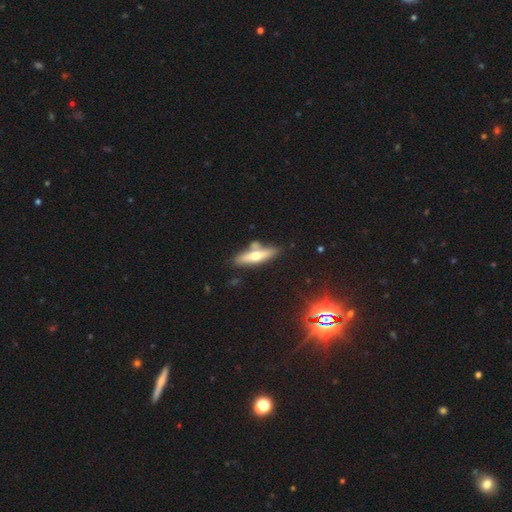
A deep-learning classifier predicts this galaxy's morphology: Smooth or featured? Predicted: smooth (p=0.48). Merging? Predicted: none (p=0.68).